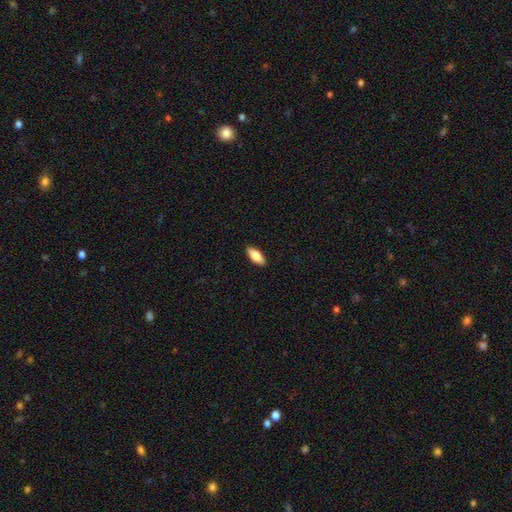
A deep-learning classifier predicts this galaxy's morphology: Smooth or featured?
  - smooth: 76% *
  - featured or disk: 18%
  - star or artifact: 6%
How rounded?
  - in between: 78% *
  - cigar-shaped: 20%
  - round: 2%
Merging?
  - none: 90% *
  - minor disturbance: 7%
  - major disturbance: 2%
  - merger: 1%